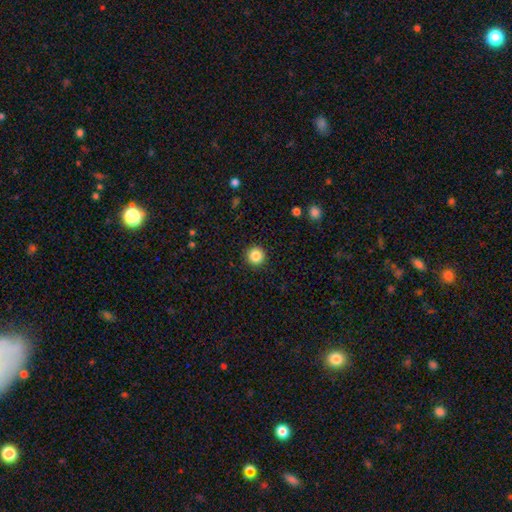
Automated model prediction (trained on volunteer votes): A smooth galaxy with no disk features (86%) that is round (96%).

Vote fractions:
- Smooth or featured? smooth: 86% / star or artifact: 10% / featured or disk: 4%
- How rounded? round: 96% / in between: 4% / cigar-shaped: 1%
- Merging? none: 92% / minor disturbance: 5% / major disturbance: 2% / merger: 1%